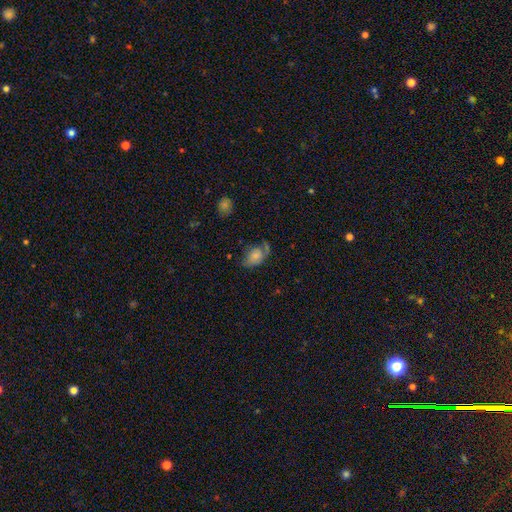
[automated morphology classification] Smooth or featured: smooth — 62% (featured or disk — 29%)
How rounded: in between — 82% (round — 17%)
Merging: none — 39% (minor disturbance — 30%)